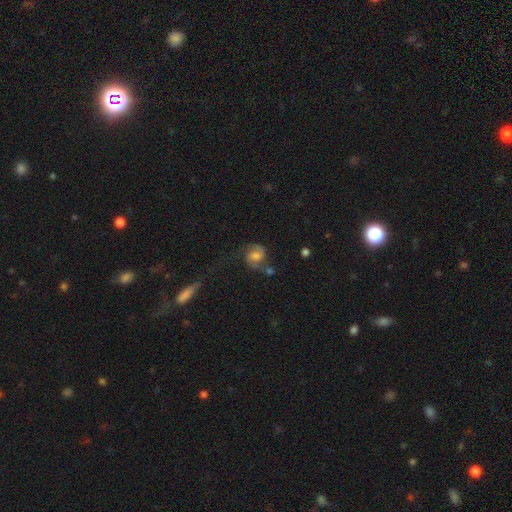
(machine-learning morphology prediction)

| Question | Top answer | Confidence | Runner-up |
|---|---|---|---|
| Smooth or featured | featured or disk | 66% | smooth (25%) |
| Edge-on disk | no | 97% | yes (3%) |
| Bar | no | 52% | weak (39%) |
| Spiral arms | yes | 92% | no (8%) |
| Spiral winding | medium | 49% | loose (32%) |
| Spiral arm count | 2 | 87% | can't tell (6%) |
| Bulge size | moderate | 54% | small (25%) |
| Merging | none | 56% | minor disturbance (19%) |